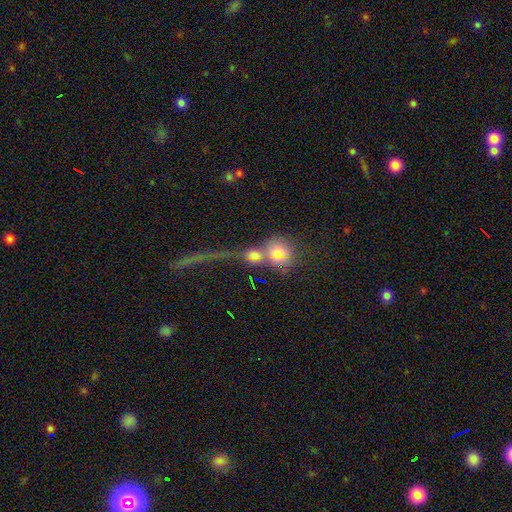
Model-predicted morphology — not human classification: Smooth or featured: smooth — 61% (featured or disk — 24%)
How rounded: round — 80% (in between — 16%)
Merging: merger — 53% (none — 28%)